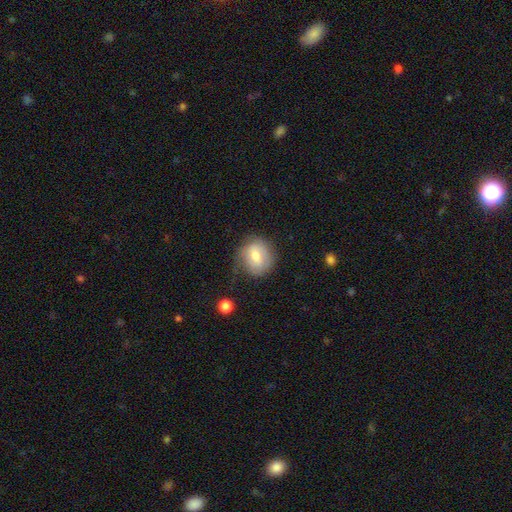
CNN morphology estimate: A smooth galaxy with no disk features (68%) that is round (73%).

Vote fractions:
- Smooth or featured? smooth: 68% / featured or disk: 24% / star or artifact: 8%
- How rounded? round: 73% / in between: 26% / cigar-shaped: 1%
- Merging? none: 67% / minor disturbance: 23% / major disturbance: 8% / merger: 2%